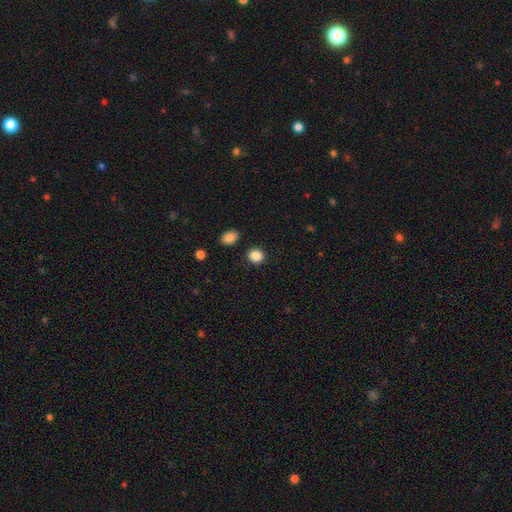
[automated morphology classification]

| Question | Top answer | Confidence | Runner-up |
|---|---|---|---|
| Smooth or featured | smooth | 87% | star or artifact (10%) |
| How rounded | round | 83% | in between (16%) |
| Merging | none | 89% | minor disturbance (6%) |